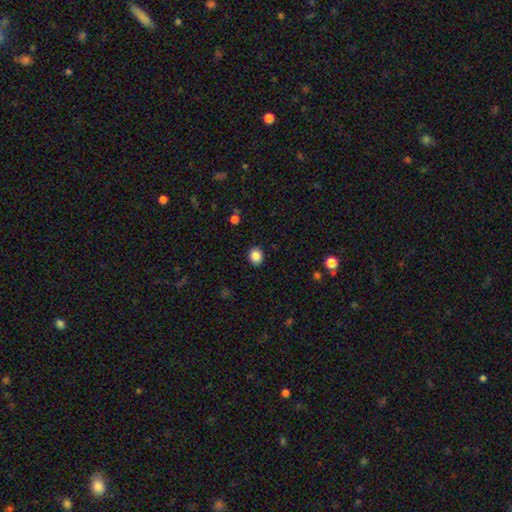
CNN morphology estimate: Smooth or featured? smooth (86%)
How rounded? round (66%)
Merging? none (89%)